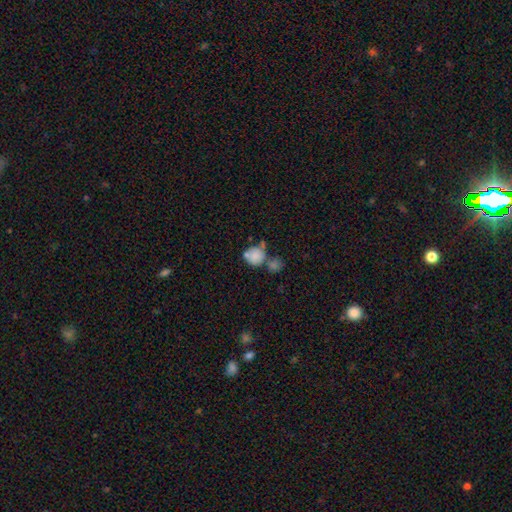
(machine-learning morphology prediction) Smooth or featured? smooth (79%)
How rounded? round (80%)
Merging? merger (40%)